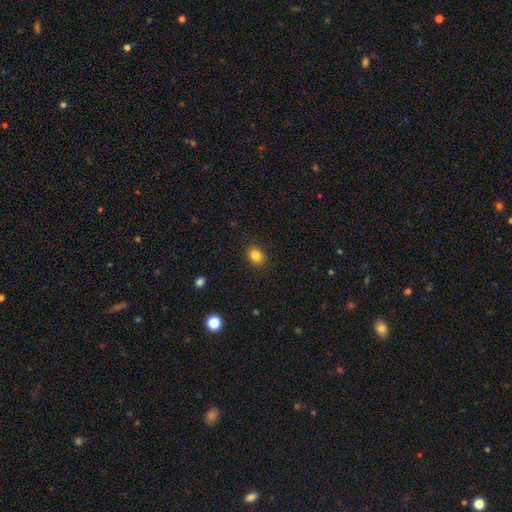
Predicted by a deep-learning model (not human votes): Smooth or featured? smooth (84%)
How rounded? round (61%)
Merging? none (89%)